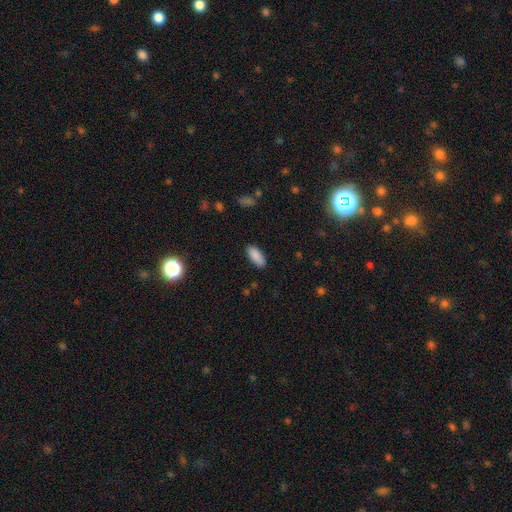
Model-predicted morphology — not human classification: Smooth or featured?
  - smooth: 89% *
  - star or artifact: 7%
  - featured or disk: 4%
How rounded?
  - in between: 86% *
  - cigar-shaped: 12%
  - round: 2%
Merging?
  - none: 87% *
  - minor disturbance: 10%
  - major disturbance: 2%
  - merger: 1%